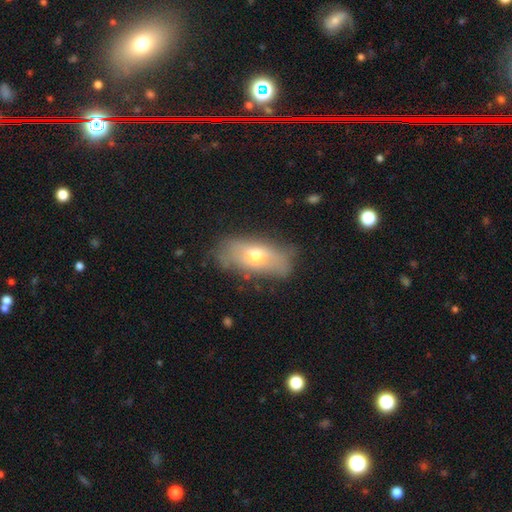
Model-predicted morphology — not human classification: Smooth or featured: smooth — 58% (featured or disk — 35%)
How rounded: in between — 84% (cigar-shaped — 10%)
Merging: none — 66% (minor disturbance — 23%)